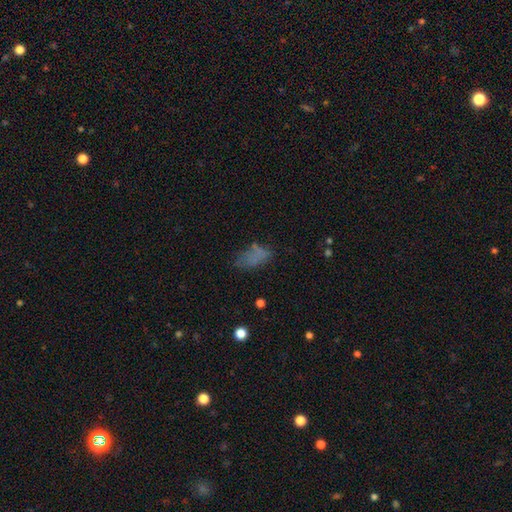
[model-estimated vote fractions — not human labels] Q: Smooth or featured?
A: smooth (65%); runner-up: featured or disk (19%)
Q: How rounded?
A: in between (89%); runner-up: cigar-shaped (6%)
Q: Merging?
A: none (50%); runner-up: minor disturbance (25%)